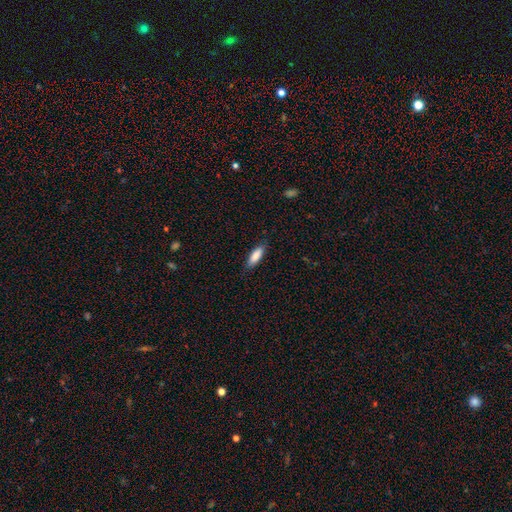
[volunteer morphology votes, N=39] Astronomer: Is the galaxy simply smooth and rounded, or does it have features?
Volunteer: smooth — 90%.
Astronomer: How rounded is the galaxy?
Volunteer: in between — 63%.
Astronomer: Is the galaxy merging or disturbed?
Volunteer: none — 89%.